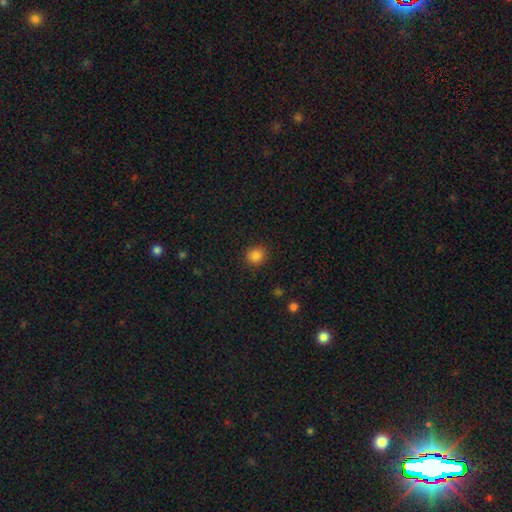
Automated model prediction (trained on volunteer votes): This is clearly a smooth galaxy (85%). How rounded: clearly round (86%). Merging: clearly none (91%).